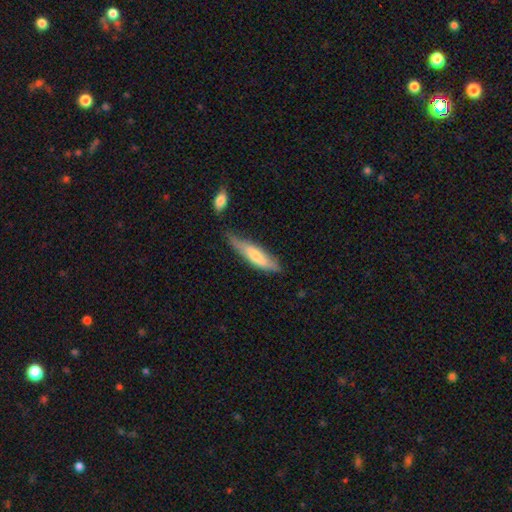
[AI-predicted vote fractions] Smooth or featured?
  - smooth: 62% *
  - featured or disk: 32%
  - star or artifact: 6%
How rounded?
  - cigar-shaped: 78% *
  - in between: 21%
  - round: 1%
Merging?
  - none: 59% *
  - minor disturbance: 28%
  - major disturbance: 6%
  - merger: 6%